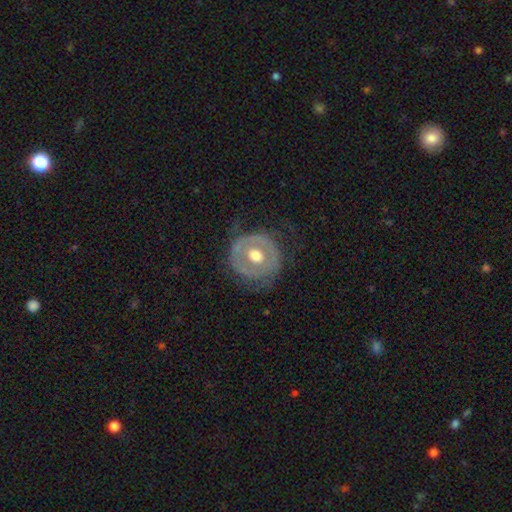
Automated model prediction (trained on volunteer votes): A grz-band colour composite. It shows a featured or disk galaxy (56%) with no bar (83%), no spiral arms (79%) and a moderate central bulge (74%). Merging: none (65%).